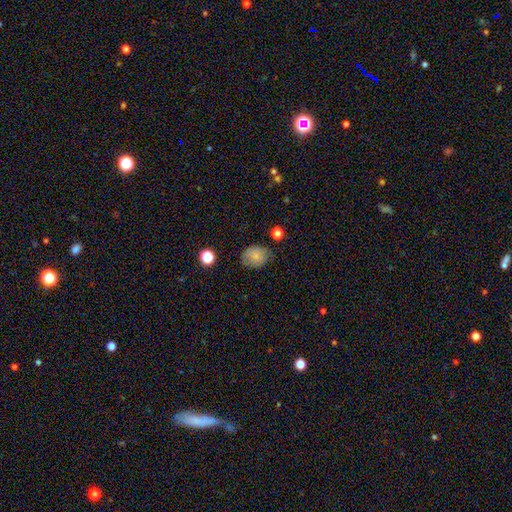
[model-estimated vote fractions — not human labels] smooth_or_featured: smooth (p=0.76) [alt: featured or disk p=0.14]
how_rounded: in between (p=0.61) [alt: round p=0.38]
merging: none (p=0.71) [alt: minor disturbance p=0.22]